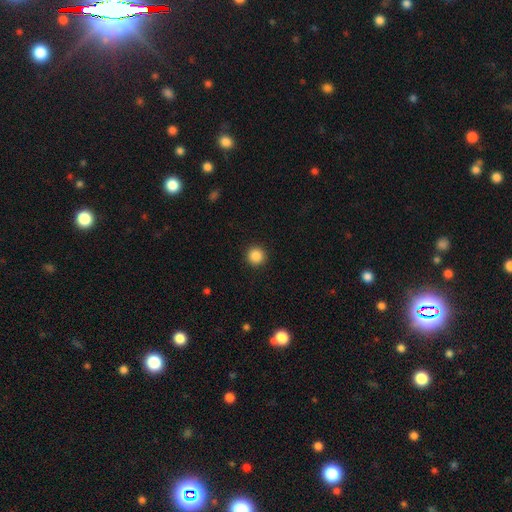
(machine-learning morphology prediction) Smooth or featured: smooth — 87% (star or artifact — 10%)
How rounded: round — 95% (in between — 4%)
Merging: none — 93% (minor disturbance — 5%)